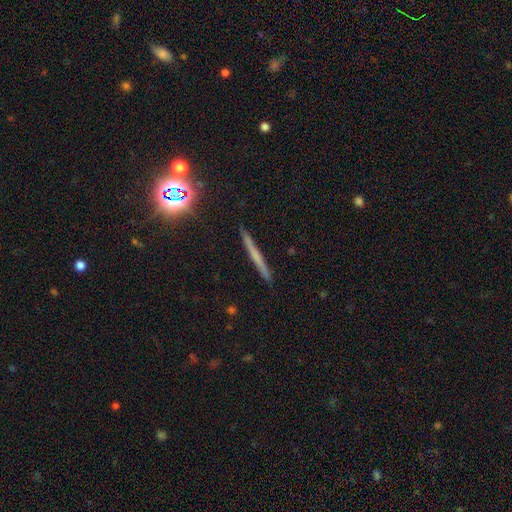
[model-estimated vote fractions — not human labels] The model was most divided on "smooth or featured": smooth: 45%, featured or disk: 40%, star or artifact: 14%. More confident: merging — none (91%).